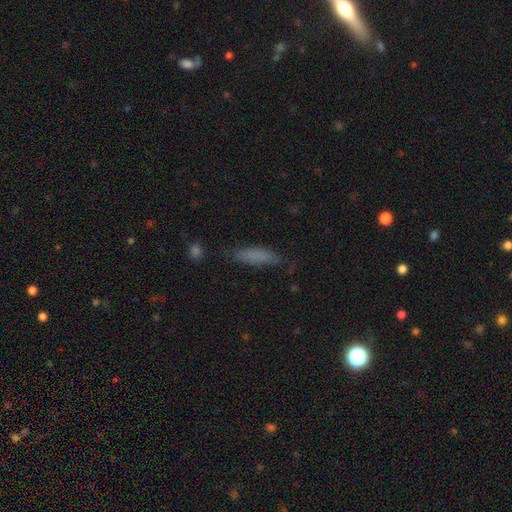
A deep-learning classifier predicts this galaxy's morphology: smooth 78%, featured or disk 13%, star or artifact 9%. Down the decision tree: how rounded — cigar-shaped (66%); merging — none (74%).